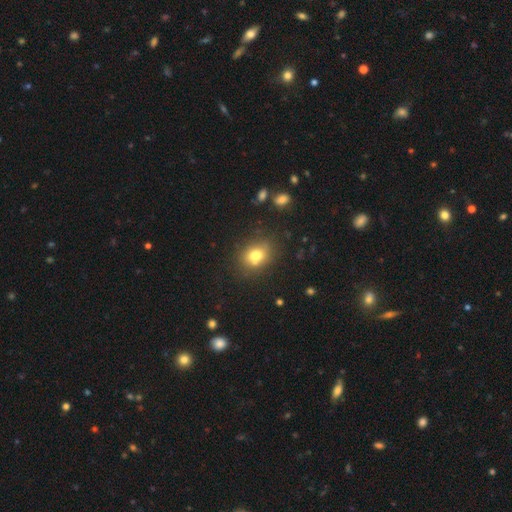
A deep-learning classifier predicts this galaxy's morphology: Smooth or featured?
  - smooth: 75% *
  - featured or disk: 12%
  - star or artifact: 12%
How rounded?
  - round: 54% *
  - in between: 45%
  - cigar-shaped: 1%
Merging?
  - none: 69% *
  - minor disturbance: 15%
  - merger: 11%
  - major disturbance: 5%